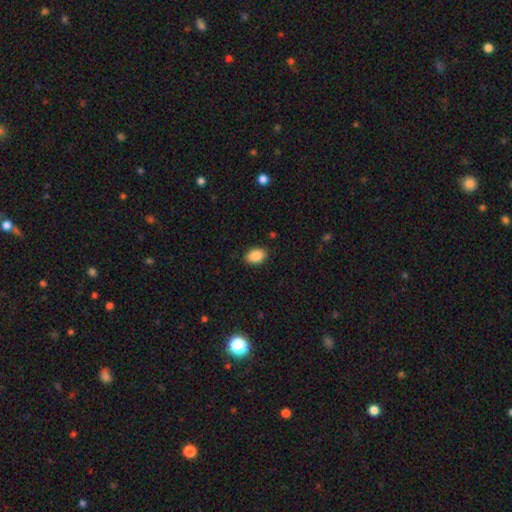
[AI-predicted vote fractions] Morphology: type=smooth (88%); roundness=in between (86%); merging=none (89%).